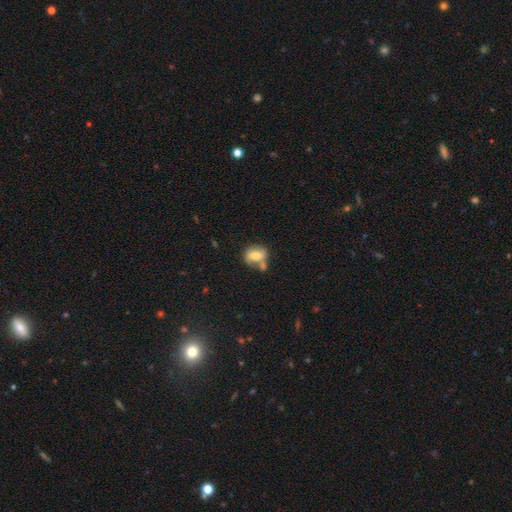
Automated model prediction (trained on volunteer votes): Smooth or featured? Predicted: smooth (p=0.61). How rounded? Predicted: in between (p=0.59). Merging? Predicted: none (p=0.38).